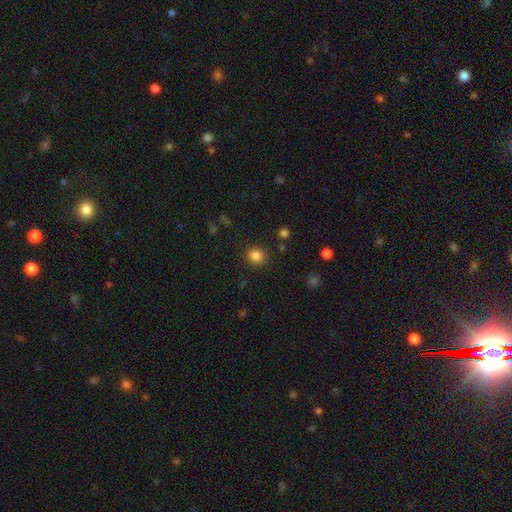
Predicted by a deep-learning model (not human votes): Q: Smooth or featured?
A: smooth (84%); runner-up: star or artifact (12%)
Q: How rounded?
A: round (85%); runner-up: in between (14%)
Q: Merging?
A: none (88%); runner-up: minor disturbance (8%)